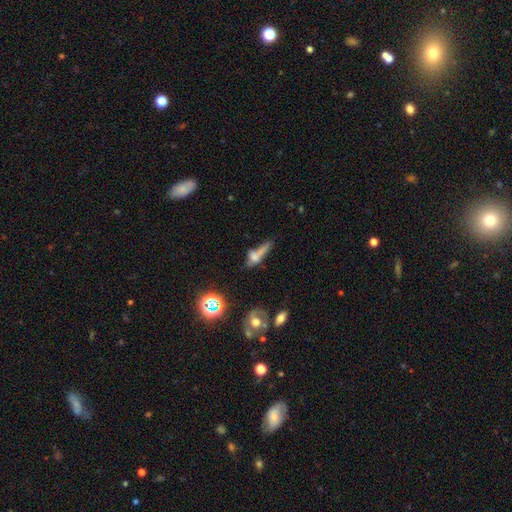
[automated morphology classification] The model was most divided on "merging": merger: 31%, none: 26%, major disturbance: 24%, minor disturbance: 18%. Remaining: smooth or featured — smooth (49%).